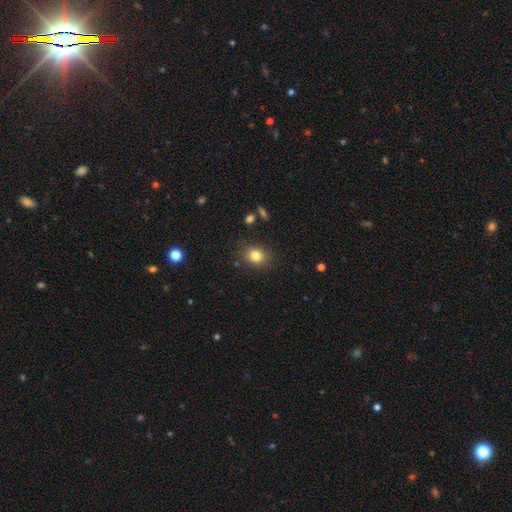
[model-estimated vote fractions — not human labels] A smooth galaxy with no disk features (81%) that is round (61%).

Vote fractions:
- Smooth or featured? smooth: 81% / star or artifact: 11% / featured or disk: 7%
- How rounded? round: 61% / in between: 38% / cigar-shaped: 1%
- Merging? none: 85% / minor disturbance: 10% / major disturbance: 3% / merger: 2%